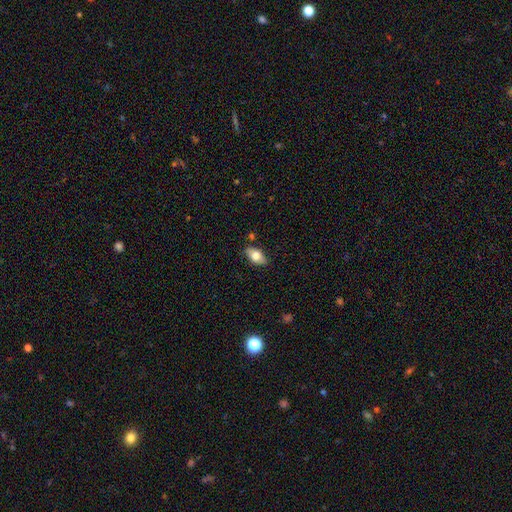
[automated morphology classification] Overall: smooth (72%). How rounded: in between (90%). Merging: none (83%).